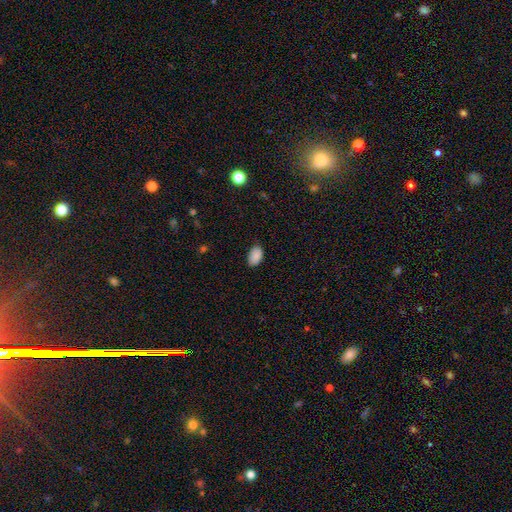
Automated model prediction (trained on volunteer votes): This is clearly a smooth galaxy (89%). How rounded: clearly in between (92%). Merging: clearly none (83%).